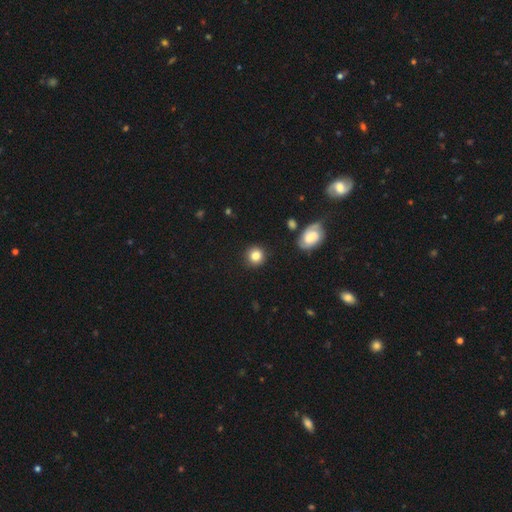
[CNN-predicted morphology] Smooth or featured: smooth — 82% (star or artifact — 10%)
How rounded: round — 91% (in between — 8%)
Merging: none — 88% (minor disturbance — 7%)